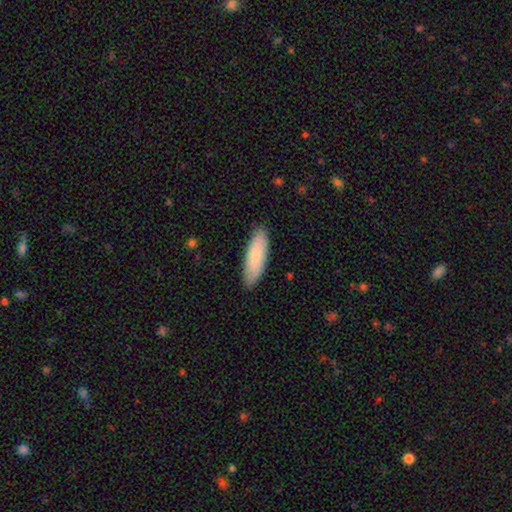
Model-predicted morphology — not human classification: Q: Smooth or featured?
A: smooth (83%); runner-up: featured or disk (12%)
Q: How rounded?
A: in between (50%); runner-up: cigar-shaped (48%)
Q: Merging?
A: none (88%); runner-up: minor disturbance (9%)